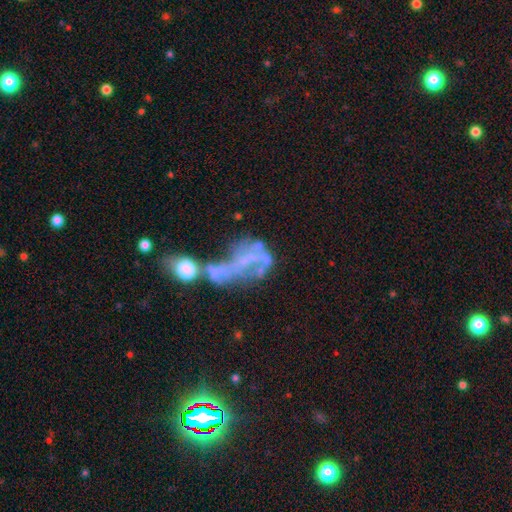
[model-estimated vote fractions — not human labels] Q: Smooth or featured?
A: featured or disk (56%); runner-up: smooth (27%)
Q: Edge-on disk?
A: no (96%); runner-up: yes (4%)
Q: Bar?
A: no (88%); runner-up: weak (8%)
Q: Spiral arms?
A: no (89%); runner-up: yes (11%)
Q: Bulge size?
A: none (76%); runner-up: small (11%)
Q: Merging?
A: merger (49%); runner-up: major disturbance (30%)